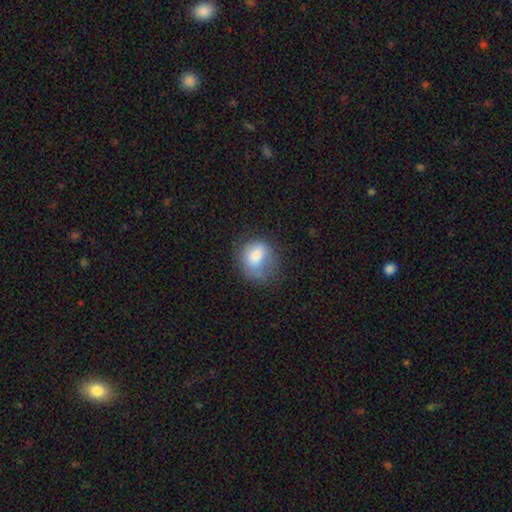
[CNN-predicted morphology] Smooth or featured?
  - smooth: 75% *
  - featured or disk: 16%
  - star or artifact: 9%
How rounded?
  - round: 53% *
  - in between: 46%
  - cigar-shaped: 1%
Merging?
  - none: 46% *
  - minor disturbance: 32%
  - major disturbance: 20%
  - merger: 3%